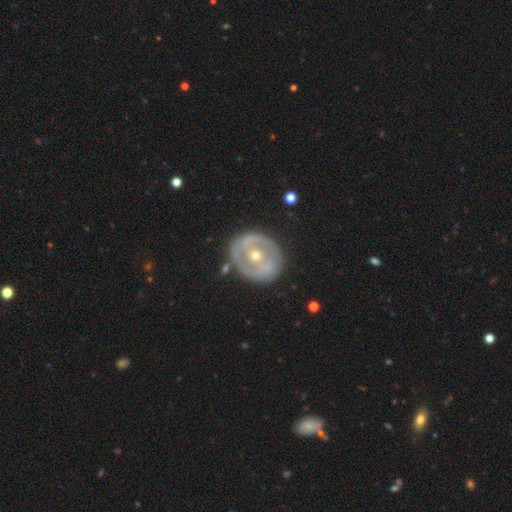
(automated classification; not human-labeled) Smooth or featured: featured or disk — 76% (smooth — 18%)
Edge-on disk: no — 96% (yes — 4%)
Bar: no — 48% (weak — 32%)
Spiral arms: yes — 57% (no — 43%)
Bulge size: small — 52% (moderate — 45%)
Merging: none — 77% (minor disturbance — 15%)